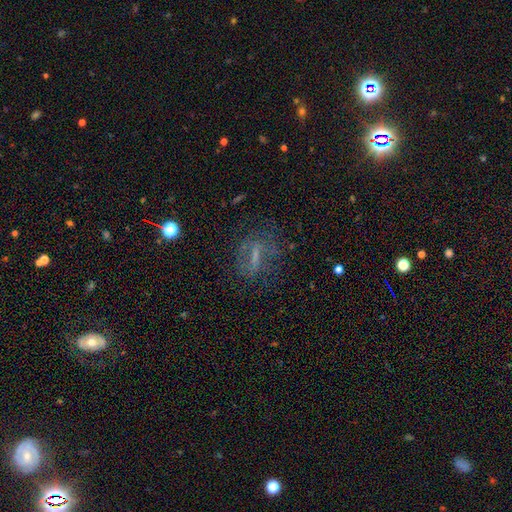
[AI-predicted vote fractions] Morphology: type=featured or disk (44%); merging=none (66%).